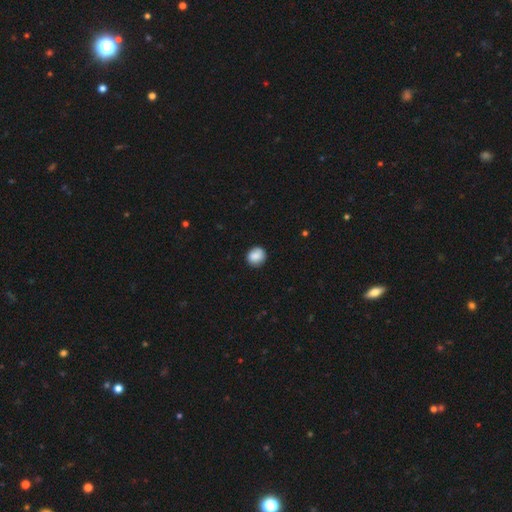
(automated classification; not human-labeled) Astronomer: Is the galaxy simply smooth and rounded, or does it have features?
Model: smooth — 87%.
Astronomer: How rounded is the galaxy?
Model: round — 80%.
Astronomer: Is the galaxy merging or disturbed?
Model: none — 84%.